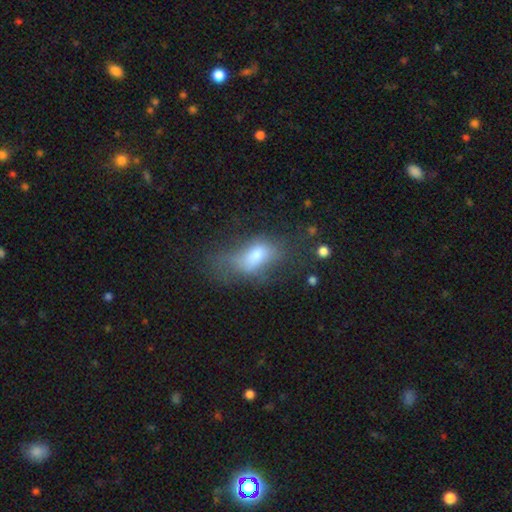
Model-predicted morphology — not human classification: Smooth or featured? Predicted: smooth (p=0.58). How rounded? Predicted: in between (p=0.82). Merging? Predicted: none (p=0.41).